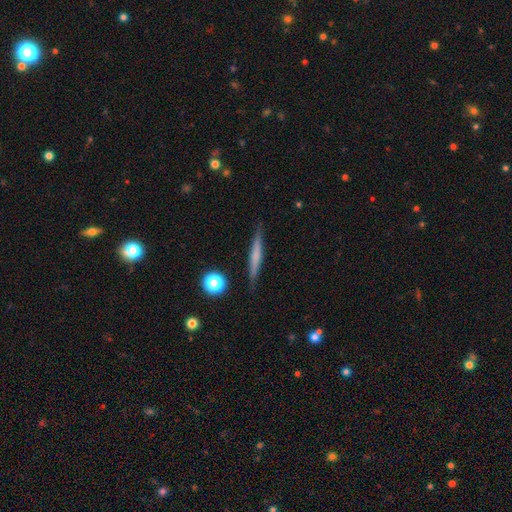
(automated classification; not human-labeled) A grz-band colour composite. It shows a smooth galaxy with no disk features (48%). Merging: none (88%).